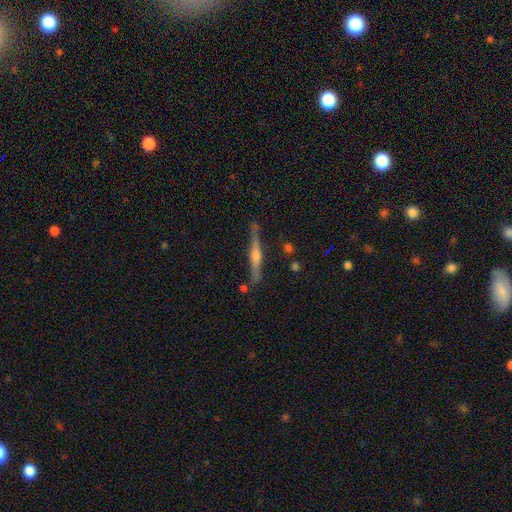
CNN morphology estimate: The model was most divided on "smooth or featured": featured or disk: 75%, smooth: 18%, star or artifact: 6%. More confident: edge-on disk — yes (97%); merging — none (83%); edge-on bulge — rounded (81%).